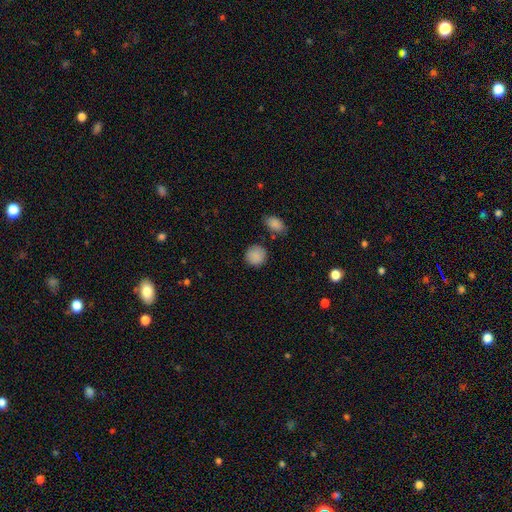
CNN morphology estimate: This is clearly a smooth galaxy (87%). How rounded: clearly round (90%). Merging: clearly none (83%).